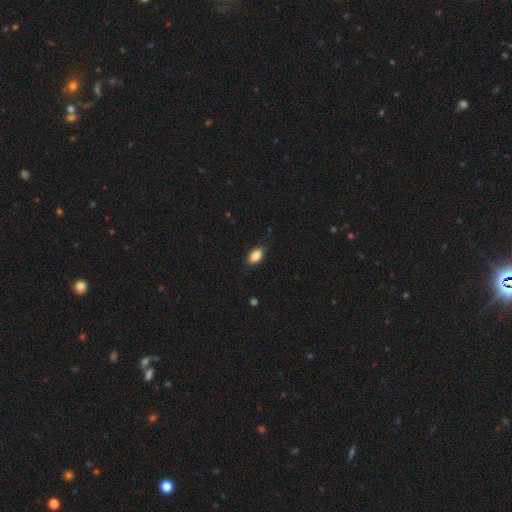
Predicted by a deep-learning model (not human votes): Q: Smooth or featured?
A: smooth (87%); runner-up: star or artifact (7%)
Q: How rounded?
A: in between (91%); runner-up: round (5%)
Q: Merging?
A: none (84%); runner-up: minor disturbance (12%)